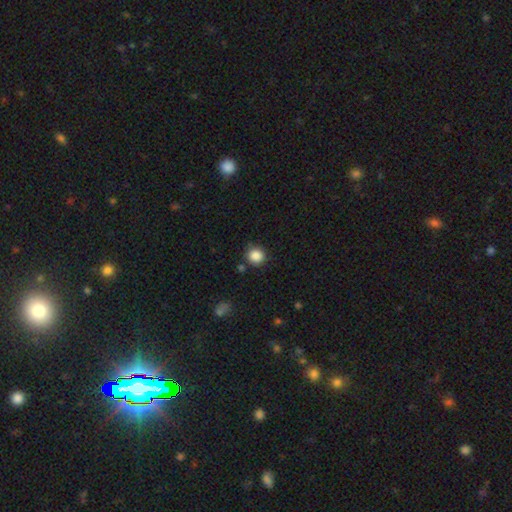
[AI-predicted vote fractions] Morphology: type=smooth (87%); roundness=round (91%); merging=none (84%).